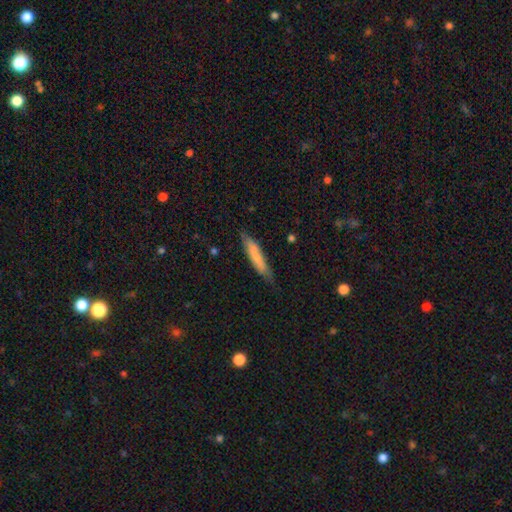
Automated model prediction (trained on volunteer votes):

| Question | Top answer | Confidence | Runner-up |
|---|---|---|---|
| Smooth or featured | smooth | 68% | featured or disk (26%) |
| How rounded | cigar-shaped | 87% | in between (11%) |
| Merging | none | 74% | minor disturbance (20%) |